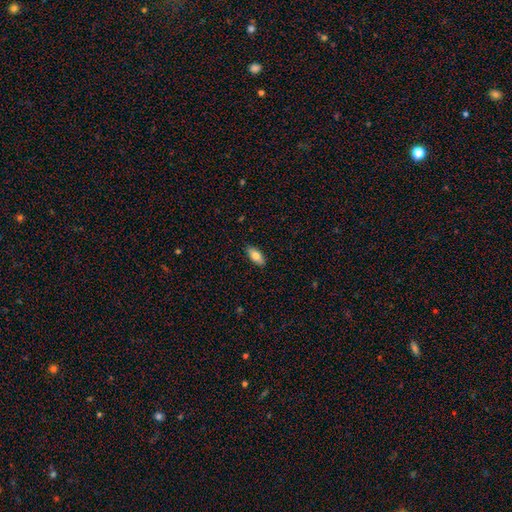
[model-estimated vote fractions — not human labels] Q: Smooth or featured?
A: smooth (79%); runner-up: featured or disk (15%)
Q: How rounded?
A: in between (87%); runner-up: cigar-shaped (10%)
Q: Merging?
A: none (88%); runner-up: minor disturbance (9%)